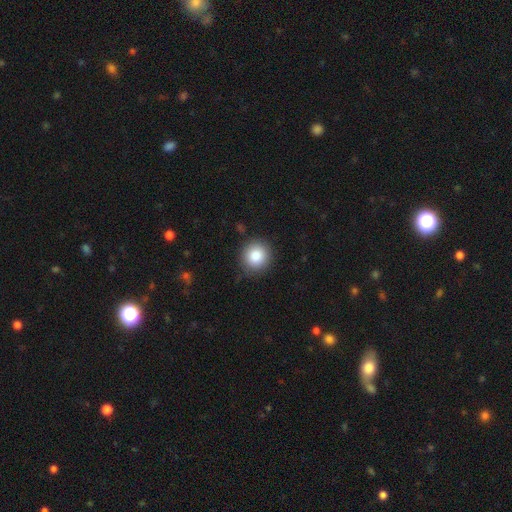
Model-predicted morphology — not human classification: This is clearly a smooth galaxy (85%). How rounded: clearly round (92%). Merging: clearly none (87%).